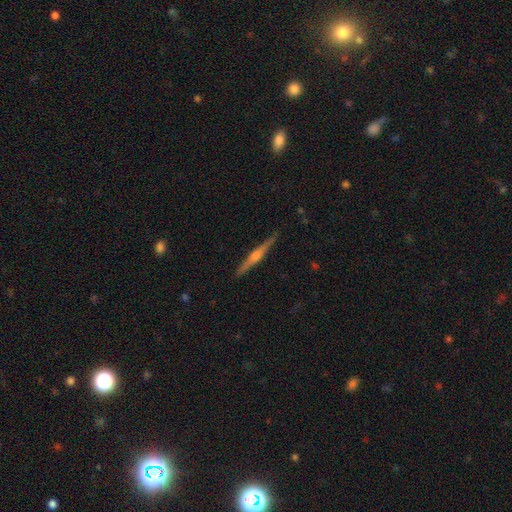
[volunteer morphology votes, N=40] smooth_or_featured: featured or disk (p=0.75) [alt: smooth p=0.25]
disk_edge_on: yes (p=1.00)
edge_on_bulge: rounded (p=0.77) [alt: boxy p=0.20]
merging: none (p=0.75) [alt: minor disturbance p=0.20]